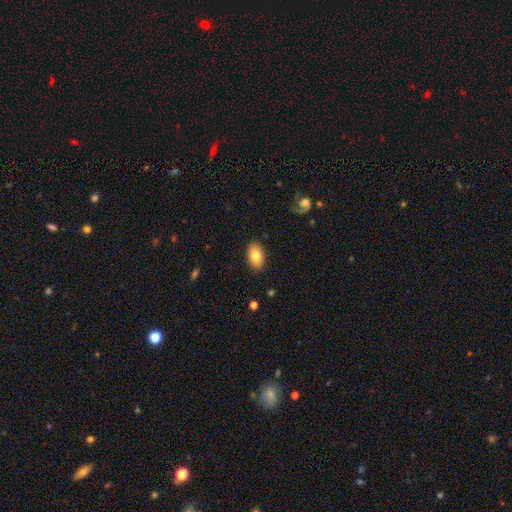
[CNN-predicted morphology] type=smooth (79%); roundness=in between (91%); merging=none (87%).